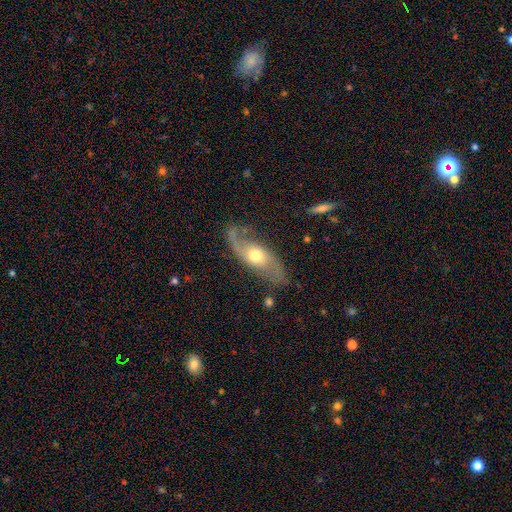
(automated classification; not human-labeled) This is likely a featured or disk galaxy (77%). It is clearly not viewed edge-on (89%). Bar: likely no (69%). Spiral arm pattern: clearly yes (90%). Spiral arm count: clearly 2 (88%). Spiral winding: likely loose (63%). Central bulge: likely moderate (67%). Merging: likely none (72%).